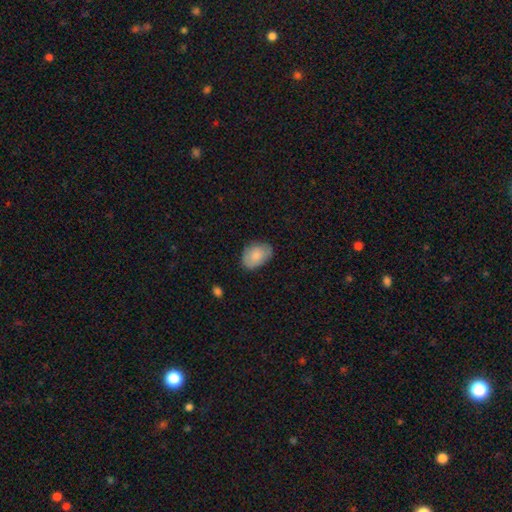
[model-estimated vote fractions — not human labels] A smooth galaxy with no disk features (82%) that is in between round and cigar-shaped (84%).

Vote fractions:
- Smooth or featured? smooth: 82% / featured or disk: 12% / star or artifact: 7%
- How rounded? in between: 84% / round: 15% / cigar-shaped: 1%
- Merging? none: 75% / minor disturbance: 20% / major disturbance: 4% / merger: 1%